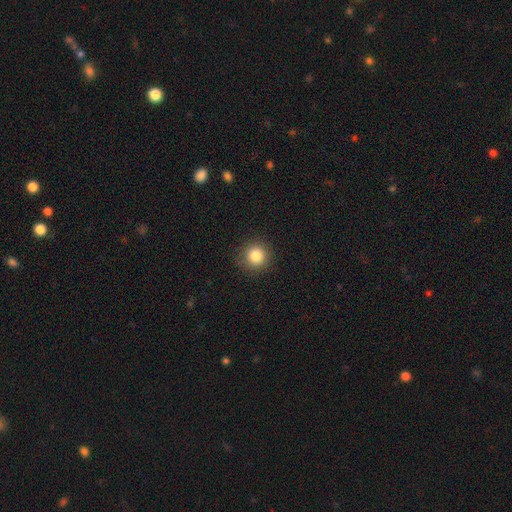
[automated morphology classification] This appears to be a smooth galaxy with no disk features (84%) that is round (94%). Merging: none (90%).